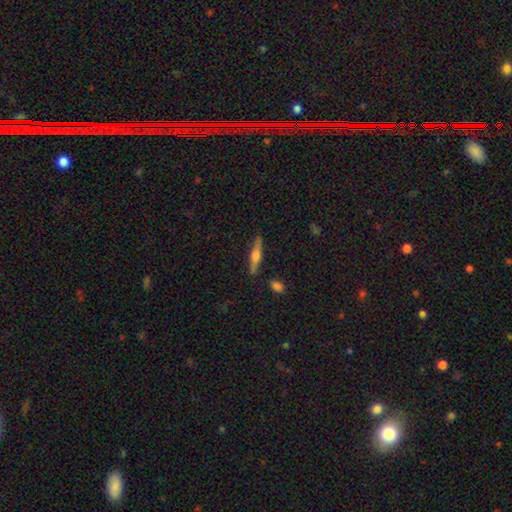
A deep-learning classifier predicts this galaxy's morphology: The model was most divided on "smooth or featured": featured or disk: 56%, smooth: 38%, star or artifact: 6%. More confident: edge-on disk — yes (96%); merging — none (86%); edge-on bulge — rounded (86%).